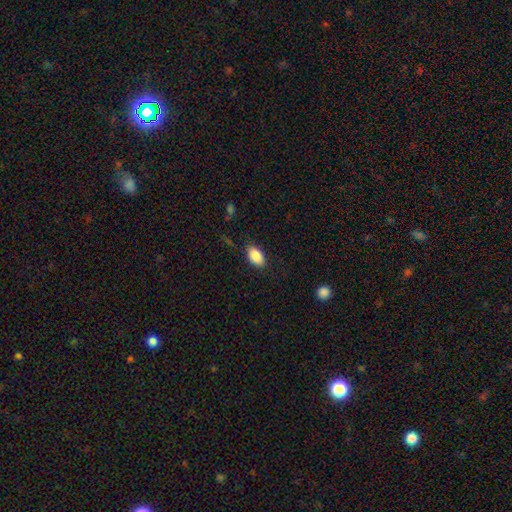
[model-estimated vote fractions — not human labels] A smooth galaxy with no disk features (87%) that is in between round and cigar-shaped (91%).

Vote fractions:
- Smooth or featured? smooth: 87% / star or artifact: 7% / featured or disk: 6%
- How rounded? in between: 91% / round: 8% / cigar-shaped: 2%
- Merging? none: 84% / minor disturbance: 12% / major disturbance: 3% / merger: 1%